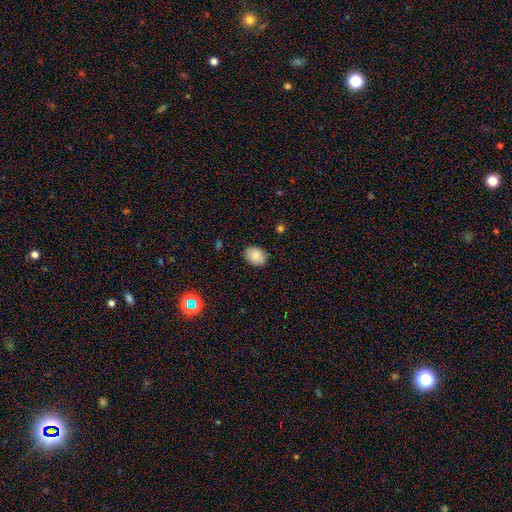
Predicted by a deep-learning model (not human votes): Smooth or featured? Predicted: smooth (p=0.86). How rounded? Predicted: in between (p=0.71). Merging? Predicted: none (p=0.86).